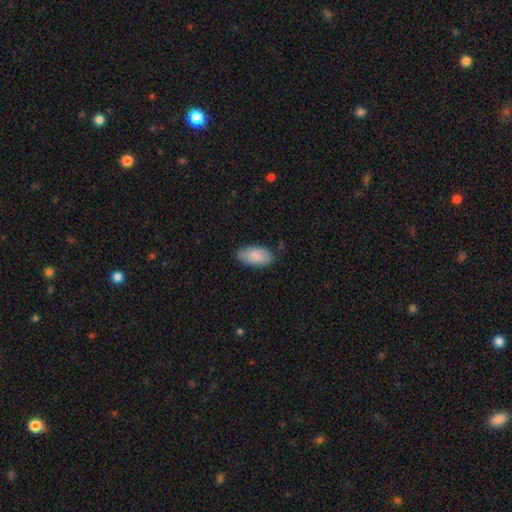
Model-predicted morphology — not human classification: smooth-or-featured: smooth: 84% | featured or disk: 11% | star or artifact: 6%
  how-rounded: in between: 94% | cigar-shaped: 4% | round: 2%
  merging: none: 79% | minor disturbance: 17% | major disturbance: 3% | merger: 1%